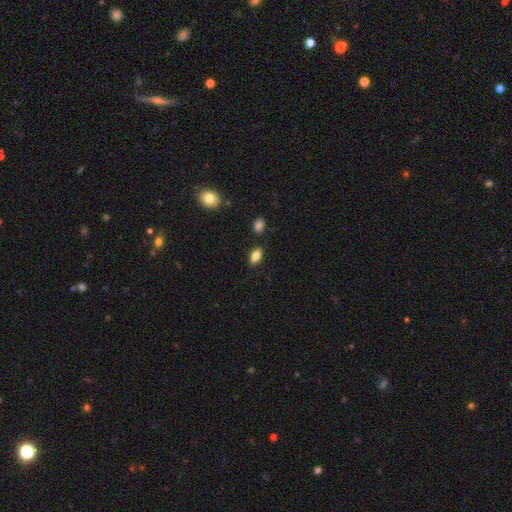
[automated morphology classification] Smooth or featured: smooth — 84% (star or artifact — 9%)
How rounded: in between — 89% (round — 7%)
Merging: none — 86% (minor disturbance — 9%)